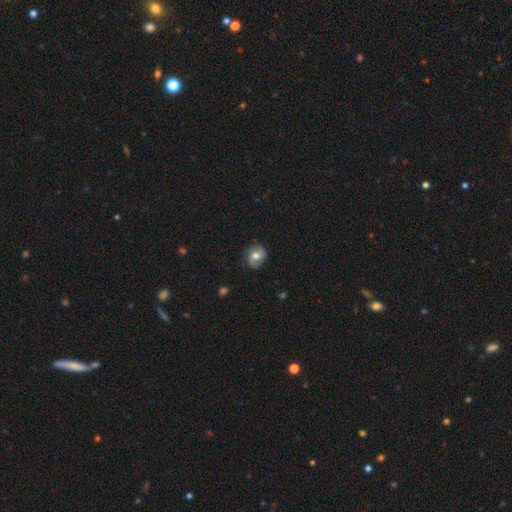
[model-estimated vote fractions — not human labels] Q: Smooth or featured?
A: smooth (54%); runner-up: featured or disk (37%)
Q: How rounded?
A: round (64%); runner-up: in between (35%)
Q: Merging?
A: none (77%); runner-up: minor disturbance (18%)